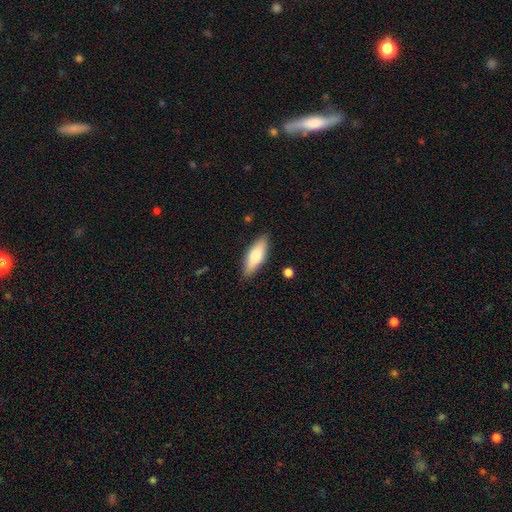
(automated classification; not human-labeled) Smooth or featured? Predicted: smooth (p=0.69). How rounded? Predicted: in between (p=0.61). Merging? Predicted: none (p=0.87).